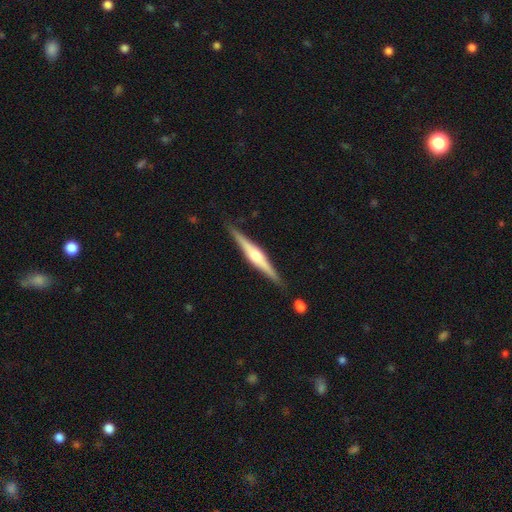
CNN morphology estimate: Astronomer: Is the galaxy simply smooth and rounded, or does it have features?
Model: featured or disk — 77%.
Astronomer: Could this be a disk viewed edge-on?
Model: yes — 98%.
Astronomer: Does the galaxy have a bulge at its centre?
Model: rounded — 86%.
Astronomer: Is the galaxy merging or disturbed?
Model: none — 89%.